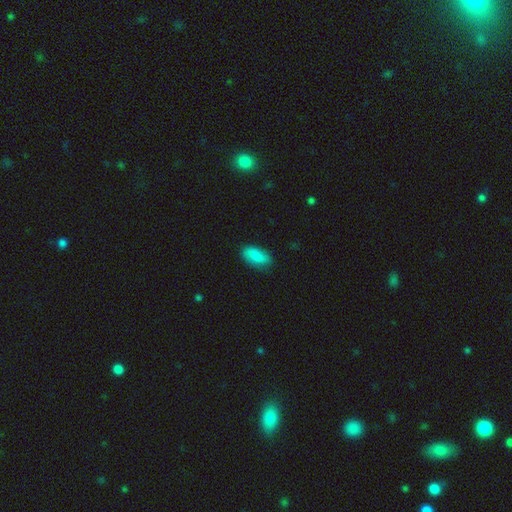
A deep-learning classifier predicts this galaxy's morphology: Smooth or featured? Predicted: smooth (p=0.82). How rounded? Predicted: in between (p=0.86). Merging? Predicted: none (p=0.78).